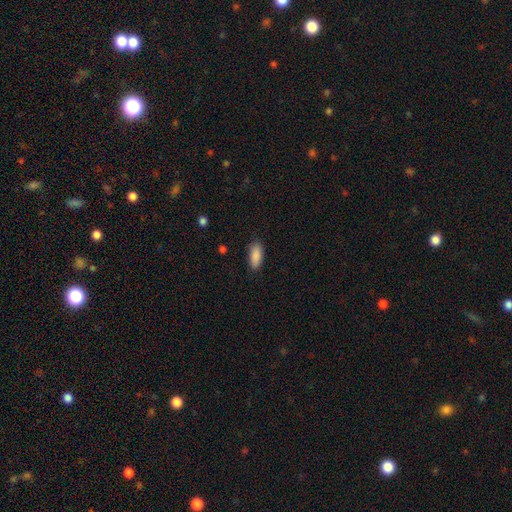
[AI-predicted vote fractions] This is clearly a smooth galaxy (89%). How rounded: clearly in between (84%). Merging: clearly none (86%).